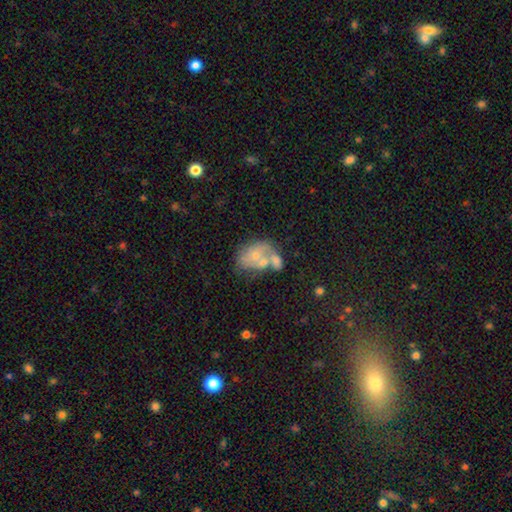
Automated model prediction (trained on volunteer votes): A smooth galaxy with no disk features (48%). Merging: merger (53%).